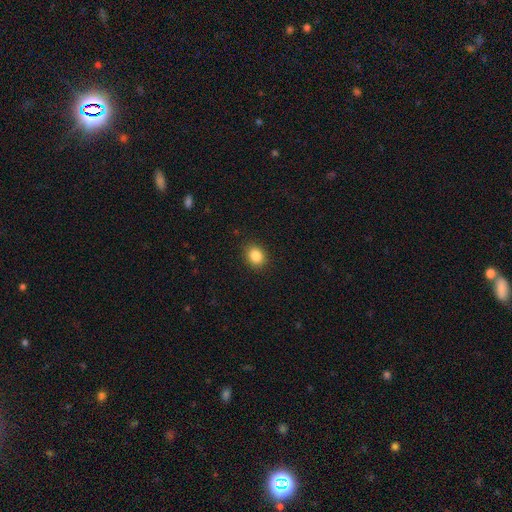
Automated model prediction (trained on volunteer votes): smooth 86%, star or artifact 10%, featured or disk 4%. Down the decision tree: how rounded — round (54%); merging — none (89%).